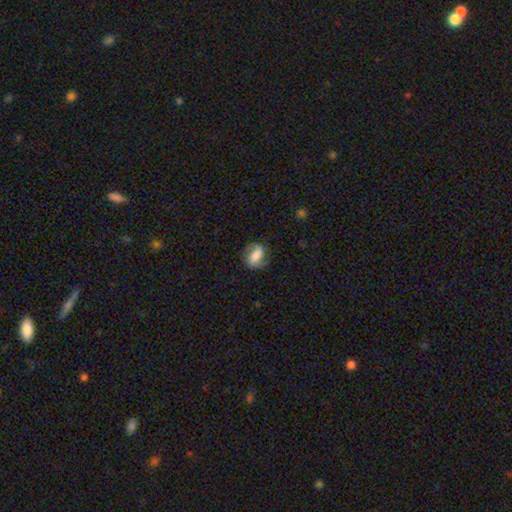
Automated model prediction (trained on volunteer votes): smooth-or-featured: smooth: 49% | featured or disk: 43% | star or artifact: 9%
  merging: none: 71% | minor disturbance: 19% | major disturbance: 9% | merger: 1%